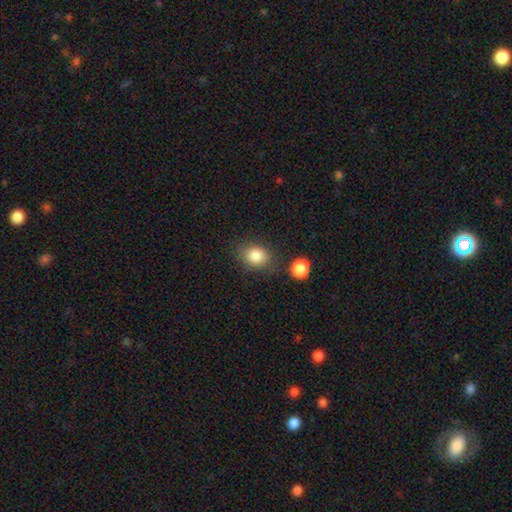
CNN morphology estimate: Q: Smooth or featured?
A: smooth (86%); runner-up: star or artifact (9%)
Q: How rounded?
A: round (58%); runner-up: in between (41%)
Q: Merging?
A: none (73%); runner-up: minor disturbance (14%)